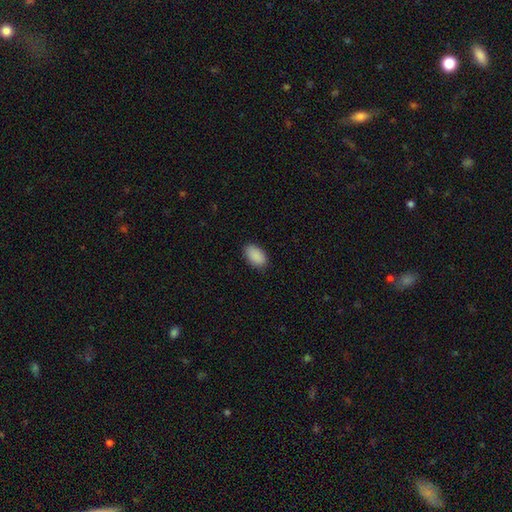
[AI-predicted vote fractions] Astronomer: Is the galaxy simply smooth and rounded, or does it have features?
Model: smooth — 91%.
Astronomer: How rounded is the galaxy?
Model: in between — 94%.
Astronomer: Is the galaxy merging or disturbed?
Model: none — 87%.